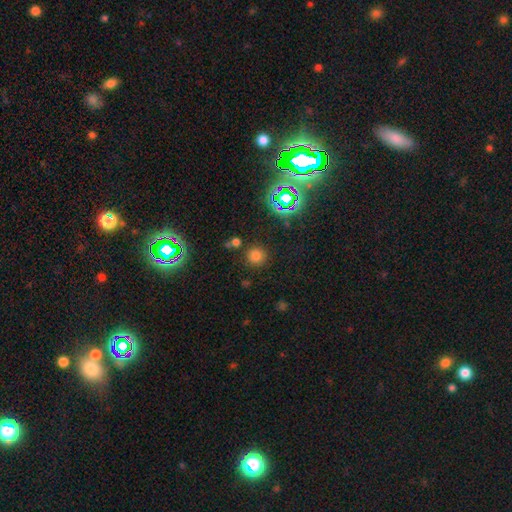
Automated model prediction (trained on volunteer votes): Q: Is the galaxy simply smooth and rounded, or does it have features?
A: smooth — 69%.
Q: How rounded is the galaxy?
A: round — 92%.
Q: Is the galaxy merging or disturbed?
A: none — 84%.